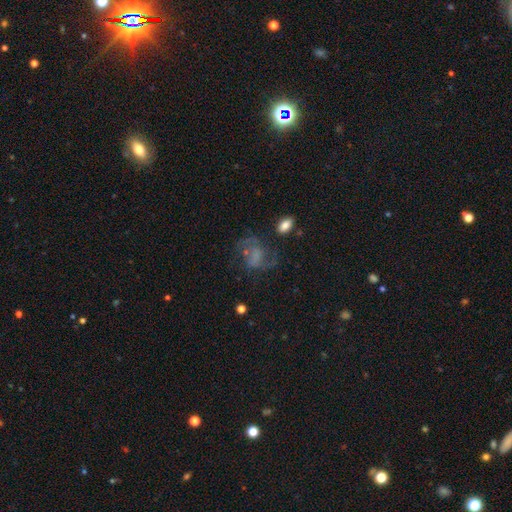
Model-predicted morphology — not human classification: A featured or disk galaxy (54%) with no bar (58%), spiral arms (72%) and no central bulge (61%). Merging: none (48%).